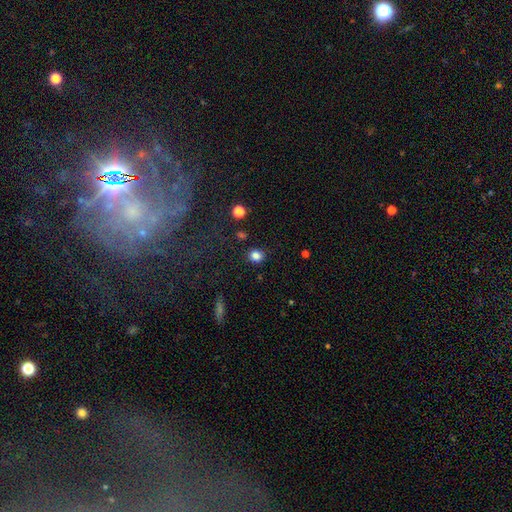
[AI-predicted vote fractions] Morphology: type=smooth (83%); roundness=round (78%); merging=none (87%).